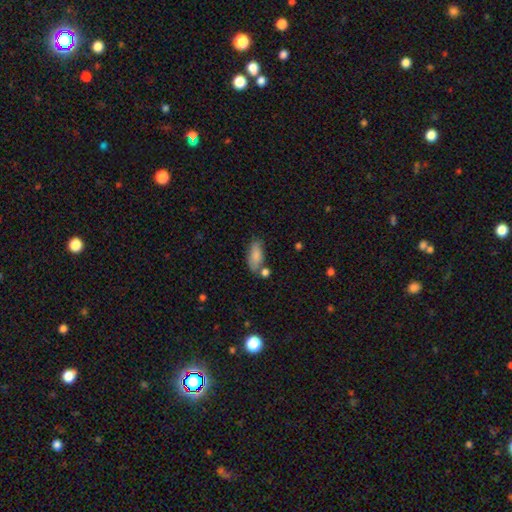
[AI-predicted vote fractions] Smooth or featured?
  - smooth: 82% *
  - featured or disk: 11%
  - star or artifact: 7%
How rounded?
  - in between: 84% *
  - cigar-shaped: 12%
  - round: 3%
Merging?
  - none: 59% *
  - minor disturbance: 21%
  - merger: 14%
  - major disturbance: 6%